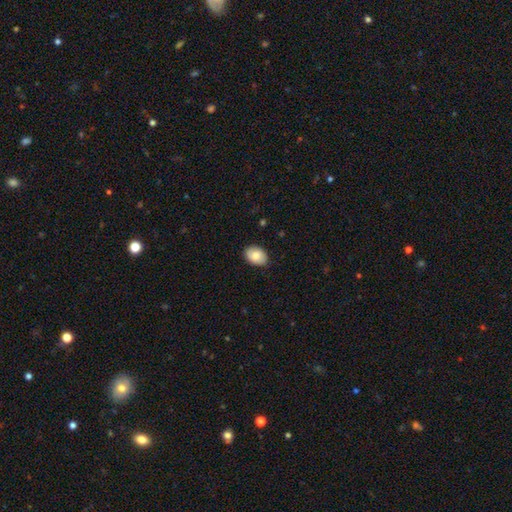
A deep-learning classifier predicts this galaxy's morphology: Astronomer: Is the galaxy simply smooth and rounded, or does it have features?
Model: smooth — 85%.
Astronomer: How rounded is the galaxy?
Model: in between — 80%.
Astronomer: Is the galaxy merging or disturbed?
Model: none — 84%.